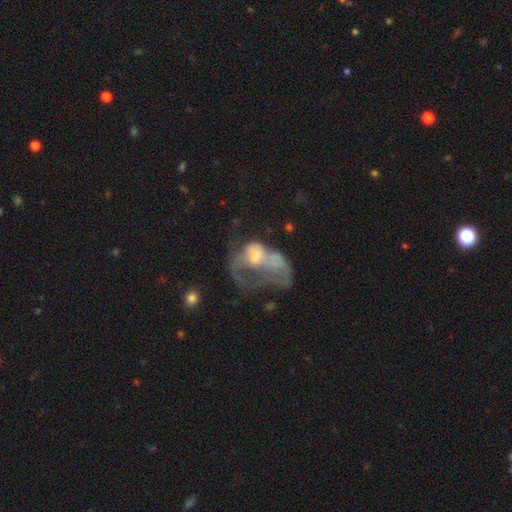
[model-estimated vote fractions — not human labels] Overall: featured or disk (59%; smooth 28%). Edge-on disk: no (96%). Bar: no (82%). Spiral arms: no (72%). Bulge size: moderate (46%; small 36%). Merging: major disturbance (52%; merger 21%).